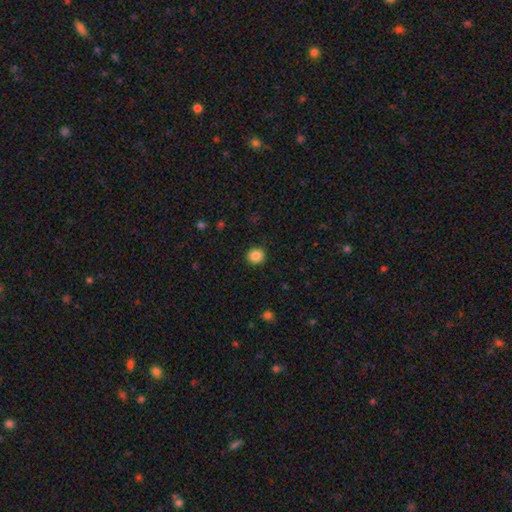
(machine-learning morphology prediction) smooth_or_featured: smooth (p=0.86) [alt: star or artifact p=0.10]
how_rounded: round (p=0.89) [alt: in between p=0.10]
merging: none (p=0.92) [alt: minor disturbance p=0.06]